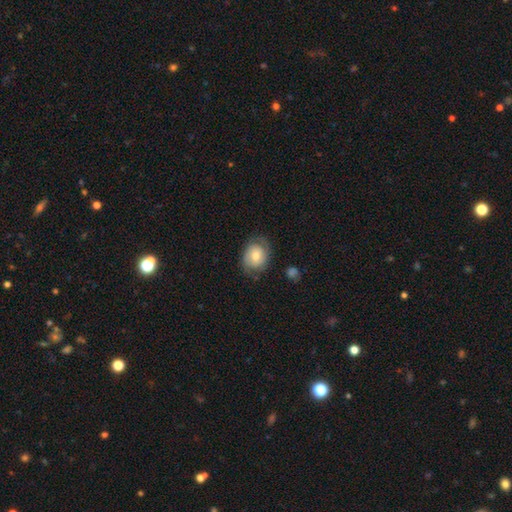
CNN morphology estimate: This is possibly a smooth galaxy (59%). How rounded: possibly in between (52%). Merging: likely none (69%).